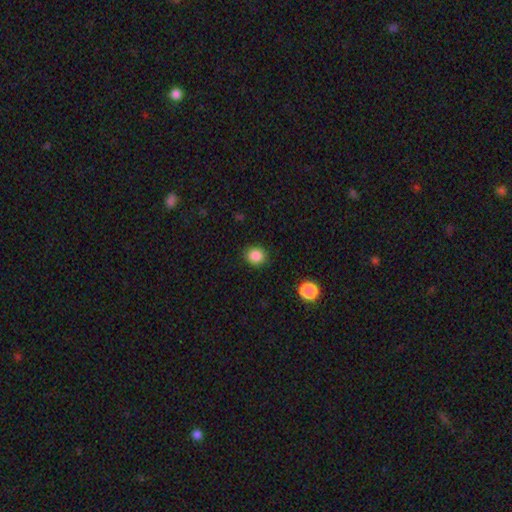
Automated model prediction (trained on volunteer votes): Smooth or featured? Predicted: smooth (p=0.86). How rounded? Predicted: round (p=0.78). Merging? Predicted: none (p=0.89).